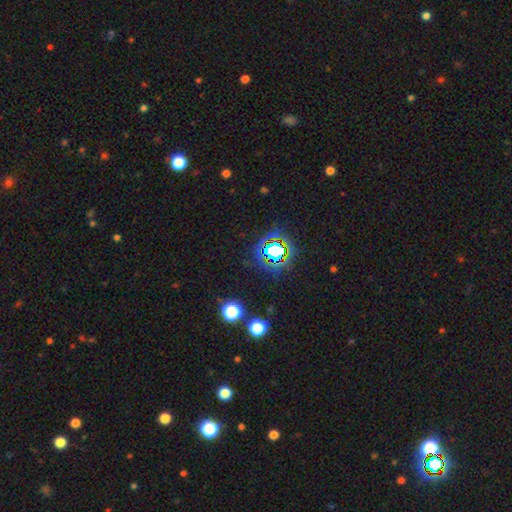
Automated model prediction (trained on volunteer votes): star or artifact 70%, smooth 21%, featured or disk 9%.